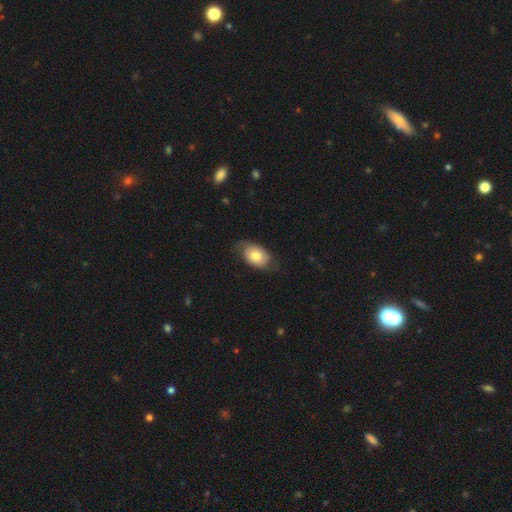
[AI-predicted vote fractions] The model was most divided on "merging": none: 59%, minor disturbance: 29%, major disturbance: 10%, merger: 1%. More confident: how rounded — in between (85%); smooth or featured — smooth (69%).